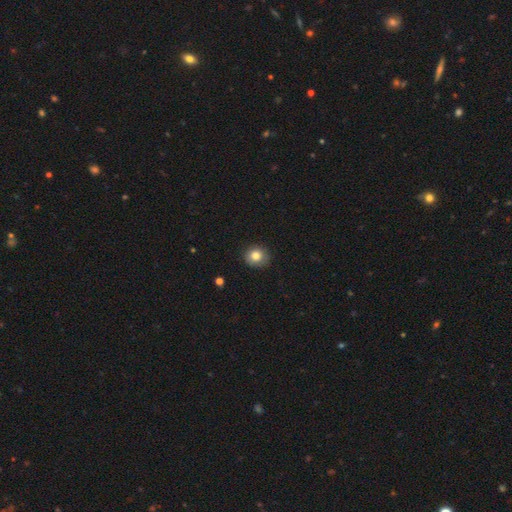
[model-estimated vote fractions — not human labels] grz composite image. It shows a smooth galaxy with no disk features (81%) that is round (85%). Merging: none (87%).